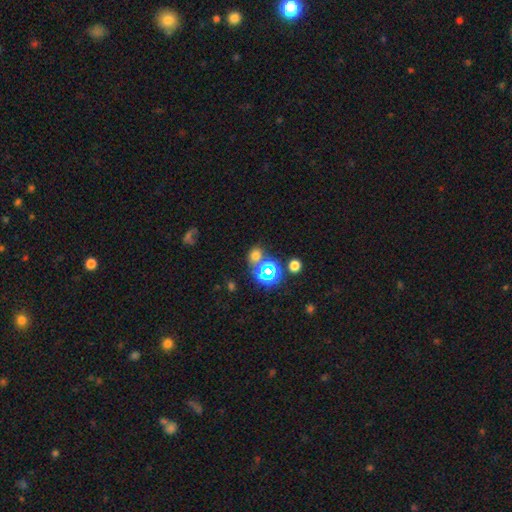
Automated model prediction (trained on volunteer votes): smooth-or-featured: smooth: 58% | star or artifact: 34% | featured or disk: 8%
  how-rounded: round: 69% | in between: 30% | cigar-shaped: 1%
  merging: none: 65% | merger: 19% | minor disturbance: 10% | major disturbance: 5%